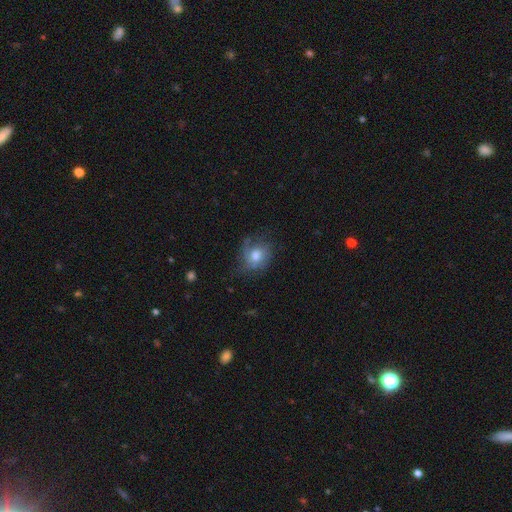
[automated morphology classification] A smooth galaxy with no disk features (56%) that is round (66%).

Vote fractions:
- Smooth or featured? smooth: 56% / featured or disk: 34% / star or artifact: 10%
- How rounded? round: 66% / in between: 33% / cigar-shaped: 1%
- Merging? none: 56% / minor disturbance: 26% / major disturbance: 16% / merger: 2%